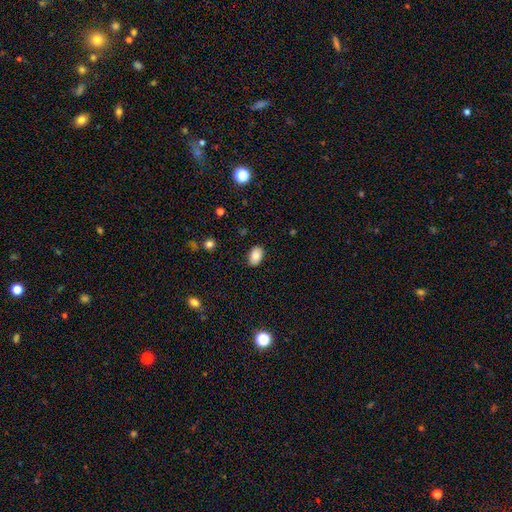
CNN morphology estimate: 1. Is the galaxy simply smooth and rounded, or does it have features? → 85% smooth, 8% star or artifact, 6% featured or disk.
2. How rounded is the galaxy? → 90% in between, 8% round, 1% cigar-shaped.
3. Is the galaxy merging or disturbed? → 85% none, 11% minor disturbance, 2% major disturbance, 1% merger.